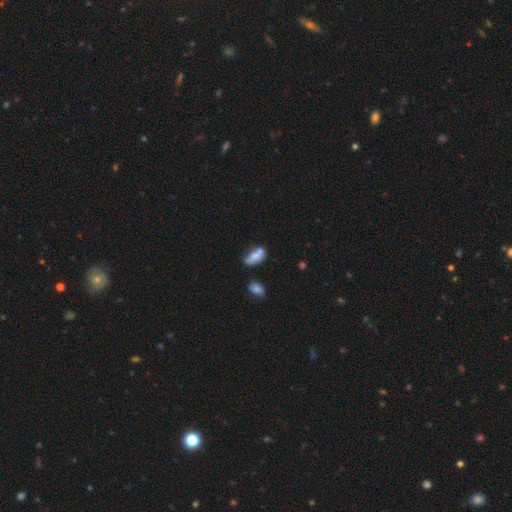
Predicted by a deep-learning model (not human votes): Smooth or featured: smooth — 73% (featured or disk — 18%)
How rounded: in between — 80% (cigar-shaped — 16%)
Merging: none — 41% (minor disturbance — 27%)